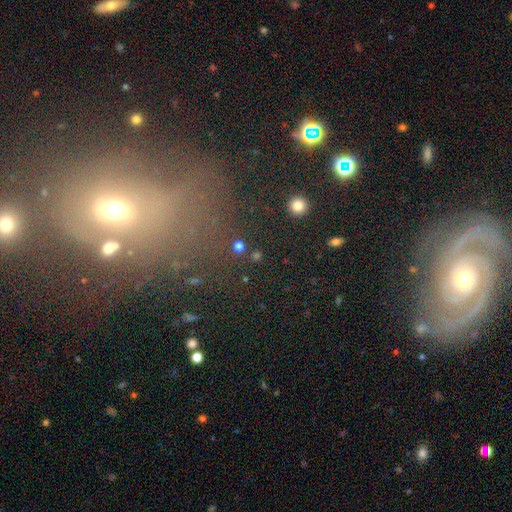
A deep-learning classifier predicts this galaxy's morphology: Smooth or featured: smooth — 51% (star or artifact — 39%)
How rounded: round — 87% (in between — 11%)
Merging: none — 88% (minor disturbance — 6%)